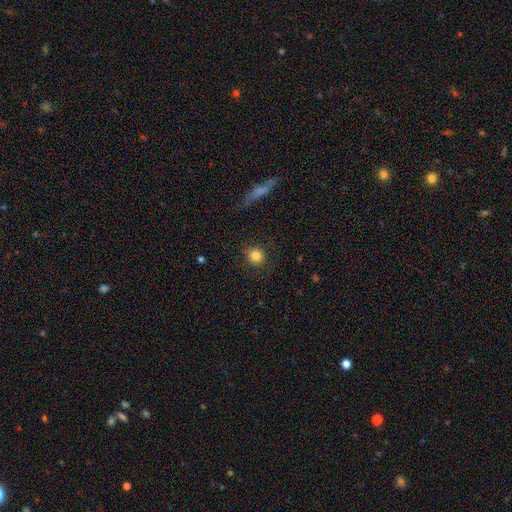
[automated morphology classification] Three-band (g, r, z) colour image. It shows a smooth galaxy with no disk features (83%) that is round (92%). Merging: none (89%).